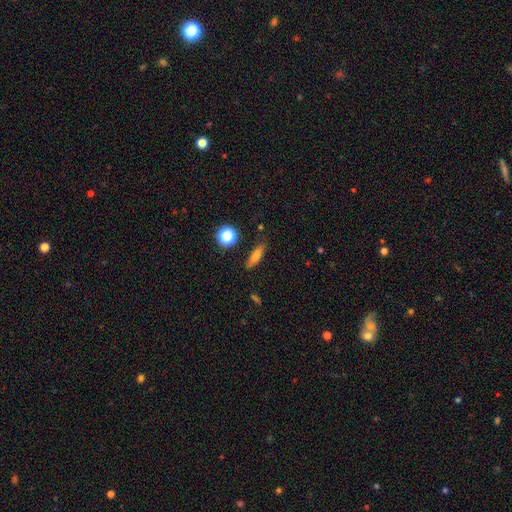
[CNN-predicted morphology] smooth-or-featured: smooth: 69% | featured or disk: 20% | star or artifact: 11%
  how-rounded: cigar-shaped: 60% | in between: 33% | round: 7%
  merging: none: 83% | minor disturbance: 12% | major disturbance: 3% | merger: 2%